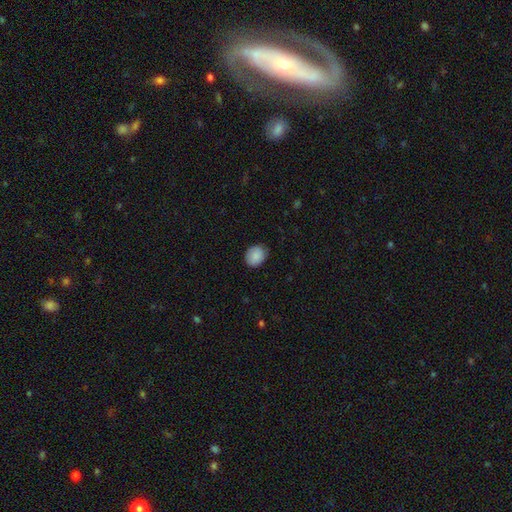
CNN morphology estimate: smooth-or-featured: smooth: 88% | star or artifact: 7% | featured or disk: 5%
  how-rounded: round: 57% | in between: 42% | cigar-shaped: 1%
  merging: none: 84% | minor disturbance: 12% | major disturbance: 2% | merger: 1%